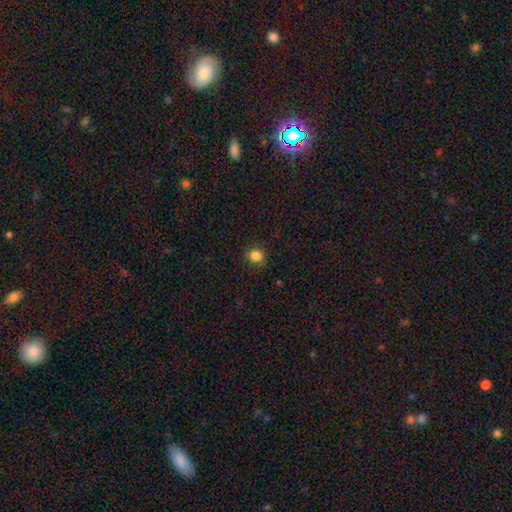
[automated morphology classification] The model was most divided on "smooth or featured": smooth: 84%, star or artifact: 12%, featured or disk: 4%. More confident: how rounded — round (86%); merging — none (85%).